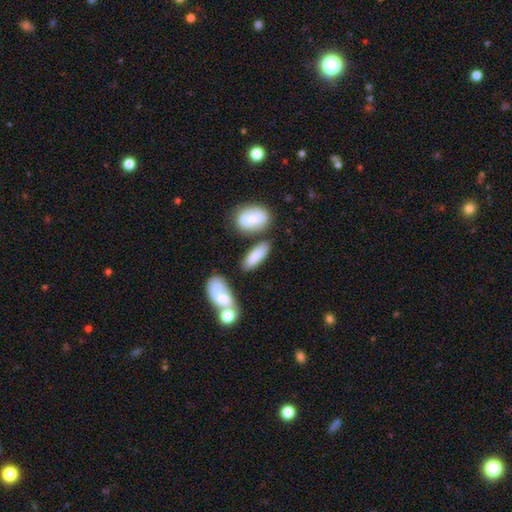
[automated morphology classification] Q: Smooth or featured?
A: smooth (79%); runner-up: featured or disk (14%)
Q: How rounded?
A: in between (66%); runner-up: cigar-shaped (30%)
Q: Merging?
A: none (69%); runner-up: minor disturbance (15%)